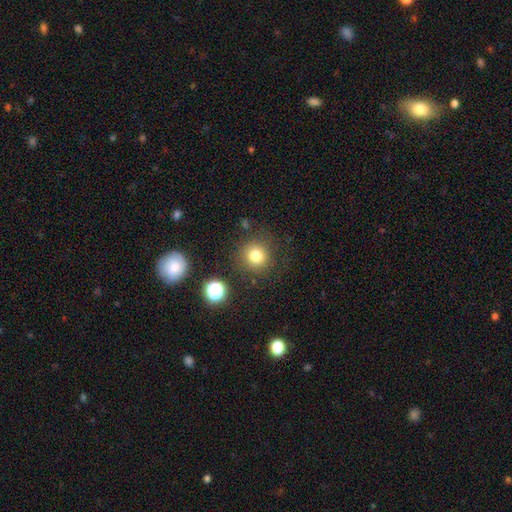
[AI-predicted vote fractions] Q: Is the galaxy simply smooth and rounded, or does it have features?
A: smooth — 79%.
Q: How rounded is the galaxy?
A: round — 93%.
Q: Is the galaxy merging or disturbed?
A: none — 84%.